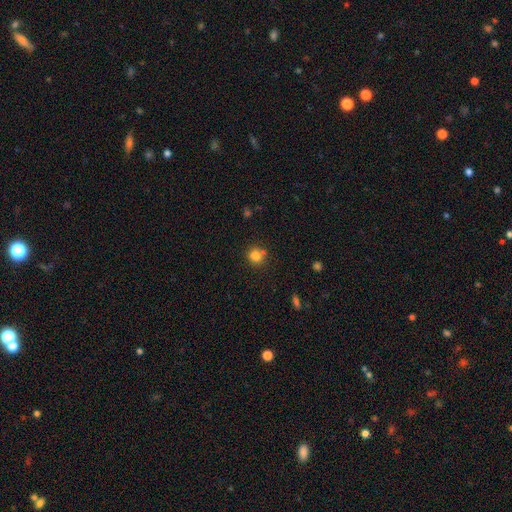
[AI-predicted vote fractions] Smooth or featured: smooth — 82% (star or artifact — 12%)
How rounded: round — 86% (in between — 13%)
Merging: none — 69% (merger — 16%)